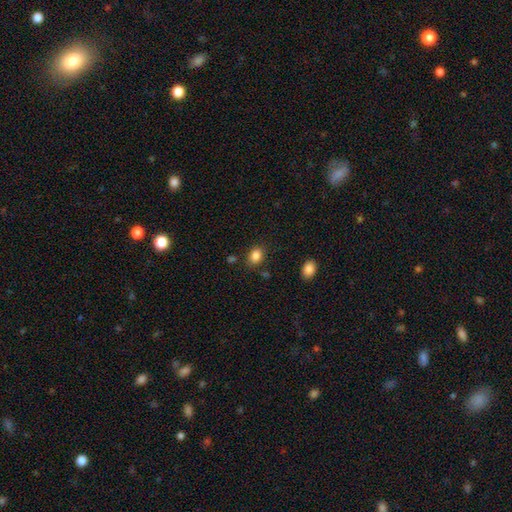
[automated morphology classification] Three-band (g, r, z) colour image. It shows a smooth galaxy with no disk features (85%) that is in between round and cigar-shaped (66%). Merging: none (82%).